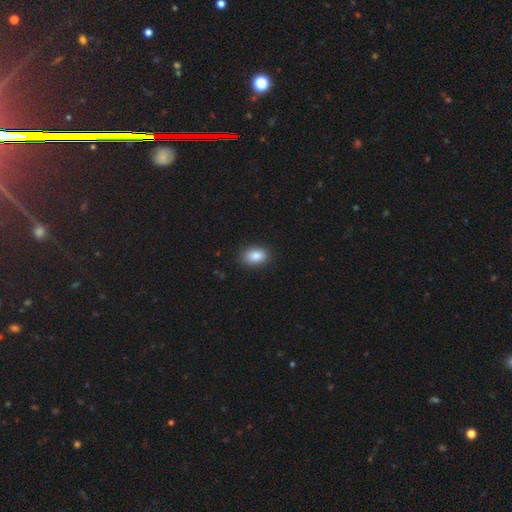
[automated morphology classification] Smooth or featured? smooth (87%)
How rounded? in between (84%)
Merging? none (86%)